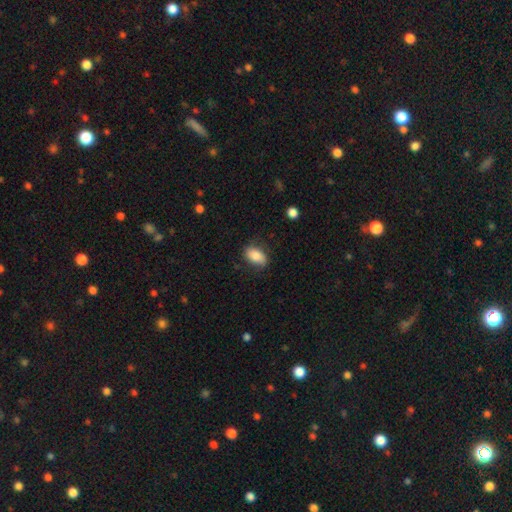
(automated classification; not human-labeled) Smooth or featured: smooth — 83% (featured or disk — 10%)
How rounded: in between — 90% (round — 7%)
Merging: none — 75% (minor disturbance — 19%)